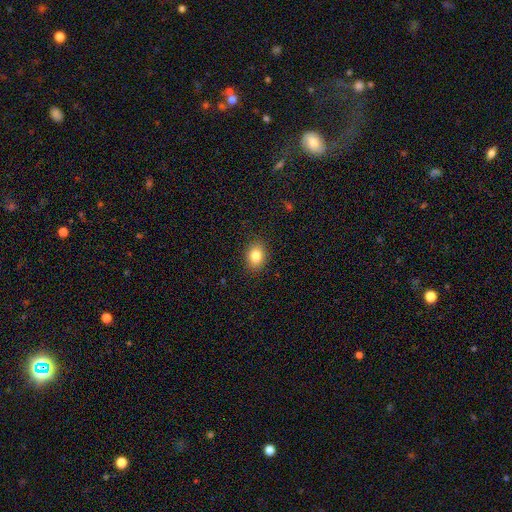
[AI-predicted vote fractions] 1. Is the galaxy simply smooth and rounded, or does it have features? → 83% smooth, 10% star or artifact, 7% featured or disk.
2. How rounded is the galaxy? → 57% in between, 42% round, 1% cigar-shaped.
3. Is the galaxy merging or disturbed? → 89% none, 8% minor disturbance, 2% major disturbance, 1% merger.